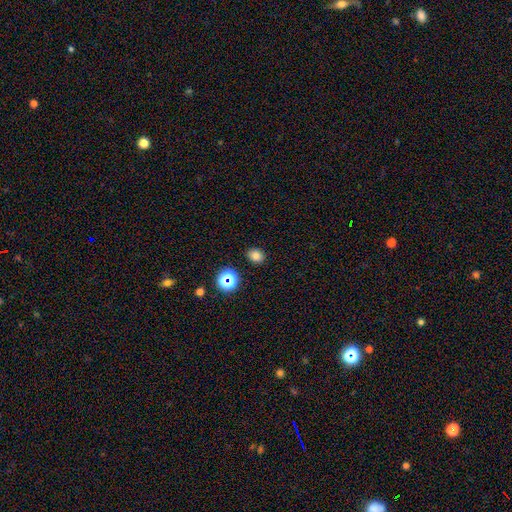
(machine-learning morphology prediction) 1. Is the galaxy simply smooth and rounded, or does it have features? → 78% smooth, 16% star or artifact, 6% featured or disk.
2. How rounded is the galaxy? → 58% round, 41% in between, 1% cigar-shaped.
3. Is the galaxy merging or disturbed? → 89% none, 7% minor disturbance, 2% major disturbance, 2% merger.